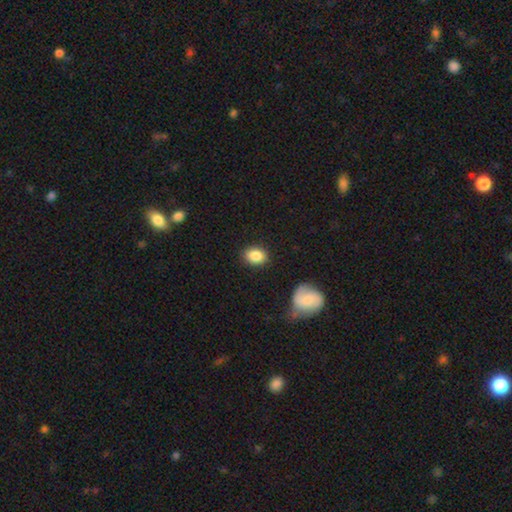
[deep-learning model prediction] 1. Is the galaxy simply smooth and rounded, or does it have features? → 86% smooth, 7% star or artifact, 6% featured or disk.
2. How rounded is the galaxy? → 64% in between, 35% round, 1% cigar-shaped.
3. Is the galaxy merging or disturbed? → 85% none, 10% minor disturbance, 3% major disturbance, 2% merger.